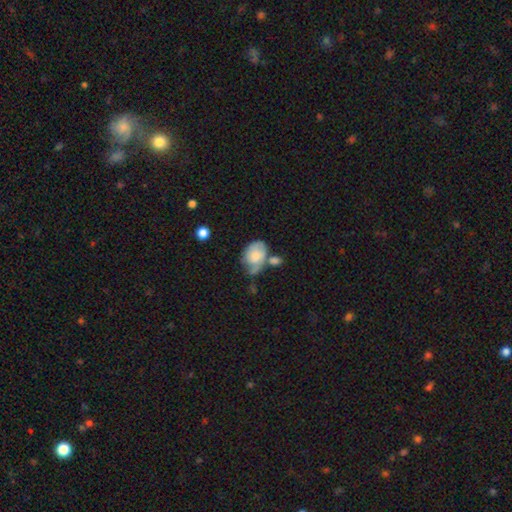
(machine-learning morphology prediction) Overall: smooth (60%; featured or disk 32%). How rounded: in between (75%). Merging: none (29%; minor disturbance 28%).